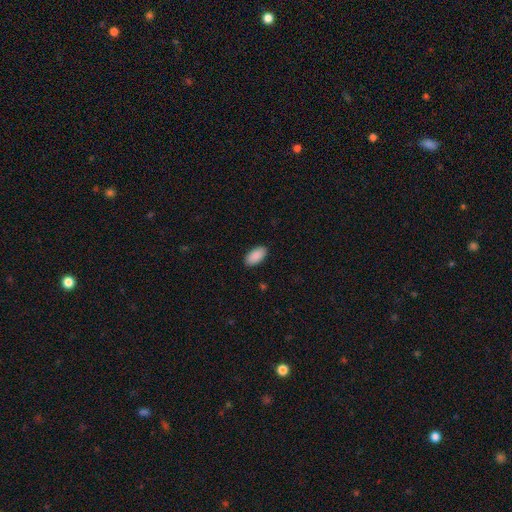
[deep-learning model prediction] Smooth or featured?
  - smooth: 91% *
  - star or artifact: 6%
  - featured or disk: 3%
How rounded?
  - in between: 95% *
  - cigar-shaped: 3%
  - round: 2%
Merging?
  - none: 90% *
  - minor disturbance: 7%
  - major disturbance: 2%
  - merger: 1%